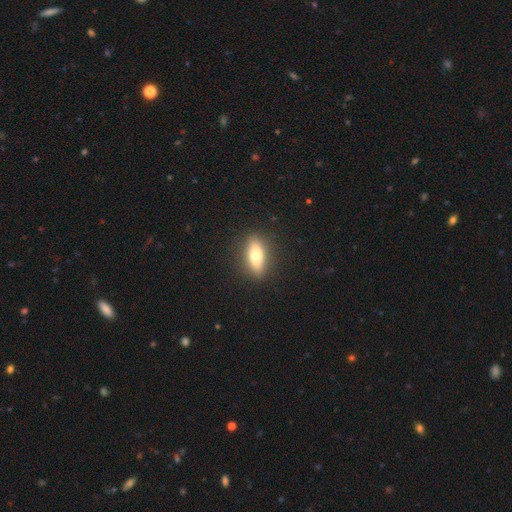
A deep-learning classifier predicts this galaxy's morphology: Overall: smooth (67%). How rounded: in between (67%; cigar-shaped 28%). Merging: none (88%).